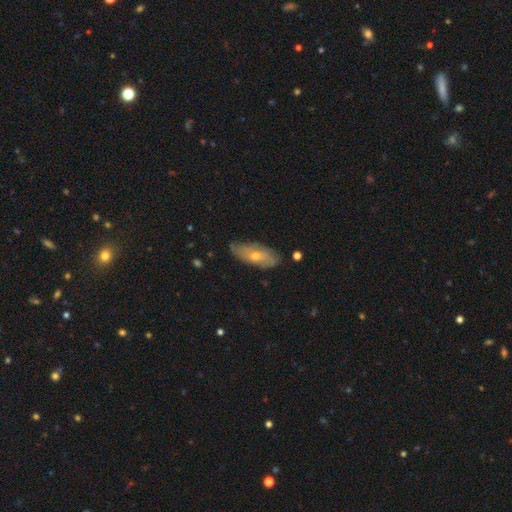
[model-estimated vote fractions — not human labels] A featured or disk galaxy (51%).

Vote fractions:
- Smooth or featured? featured or disk: 51% / smooth: 41% / star or artifact: 8%
- Edge-on disk? no: 76% / yes: 24%
- Merging? none: 77% / minor disturbance: 18% / major disturbance: 3% / merger: 1%